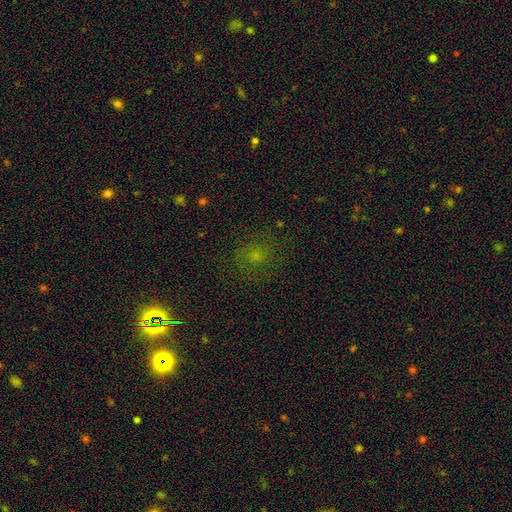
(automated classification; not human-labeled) Smooth or featured?
  - smooth: 45% *
  - star or artifact: 39%
  - featured or disk: 16%
Merging?
  - none: 74% *
  - minor disturbance: 15%
  - major disturbance: 9%
  - merger: 2%